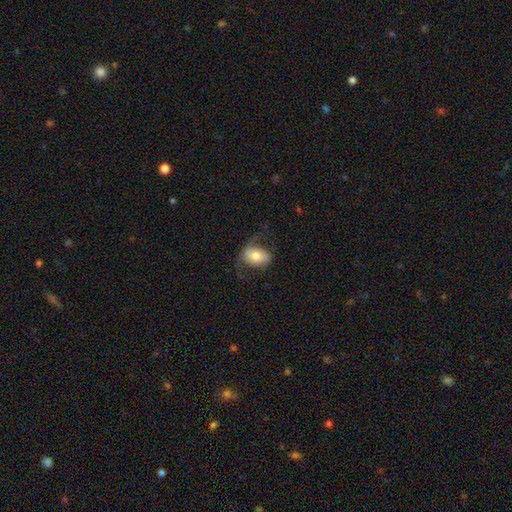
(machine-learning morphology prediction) Smooth or featured?
  - smooth: 60% *
  - featured or disk: 32%
  - star or artifact: 7%
How rounded?
  - in between: 79% *
  - round: 20%
  - cigar-shaped: 1%
Merging?
  - none: 53% *
  - minor disturbance: 25%
  - major disturbance: 20%
  - merger: 2%